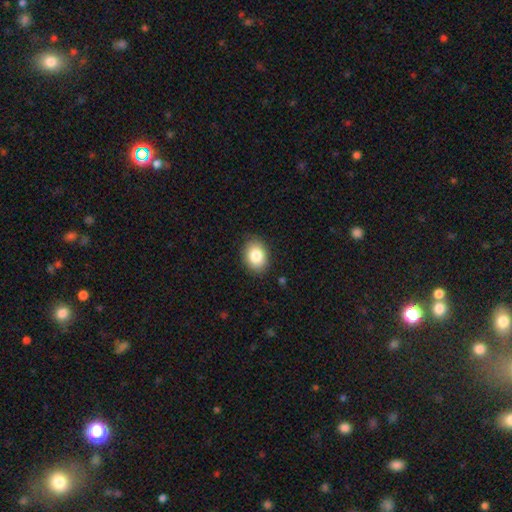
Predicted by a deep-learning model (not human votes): This appears to be a smooth galaxy with no disk features (85%) that is in between round and cigar-shaped (70%). Merging: none (87%).